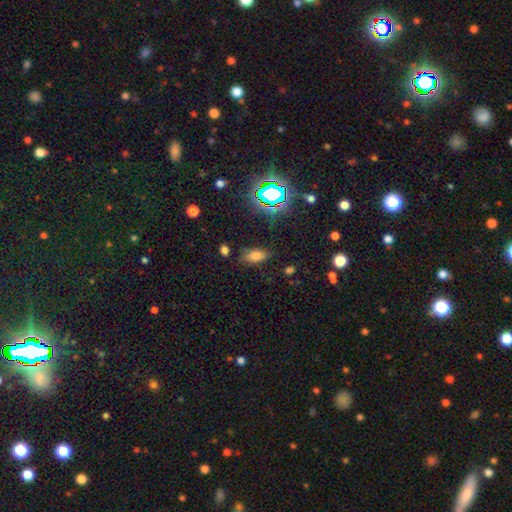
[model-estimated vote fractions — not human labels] smooth-or-featured: smooth: 71% | star or artifact: 20% | featured or disk: 9%
  how-rounded: in between: 88% | cigar-shaped: 6% | round: 6%
  merging: none: 78% | minor disturbance: 14% | major disturbance: 5% | merger: 3%